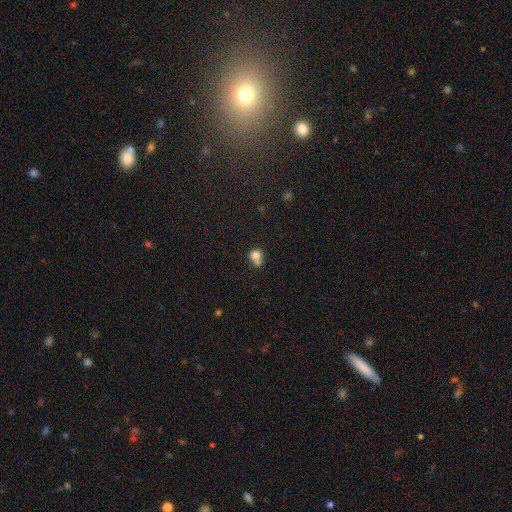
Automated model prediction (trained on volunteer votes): This is likely a smooth galaxy (75%). How rounded: likely round (72%). Merging: possibly merger (57%).